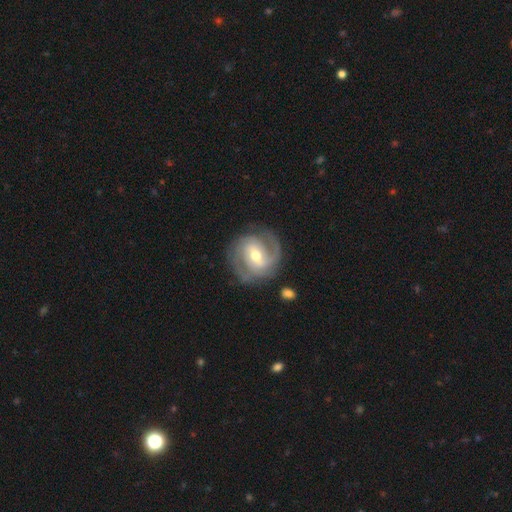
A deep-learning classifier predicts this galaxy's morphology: Smooth or featured: featured or disk — 87% (smooth — 8%)
Edge-on disk: no — 98% (yes — 2%)
Bar: weak — 51% (strong — 28%)
Spiral arms: yes — 97% (no — 3%)
Spiral winding: tight — 52% (medium — 39%)
Spiral arm count: 2 — 59% (3 — 20%)
Bulge size: moderate — 68% (small — 25%)
Merging: none — 79% (minor disturbance — 14%)